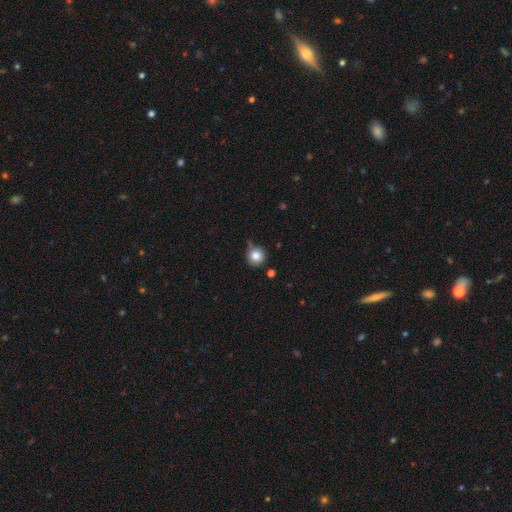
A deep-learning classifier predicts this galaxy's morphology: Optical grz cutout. It shows a smooth galaxy with no disk features (84%) that is round (94%). Merging: none (72%).